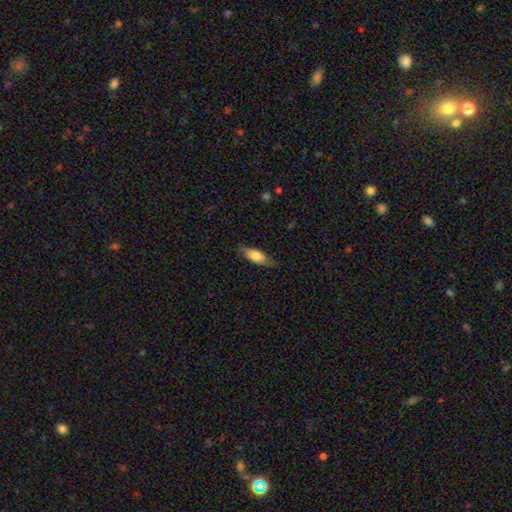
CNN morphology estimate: Overall: smooth (71%). How rounded: in between (74%). Merging: none (74%).